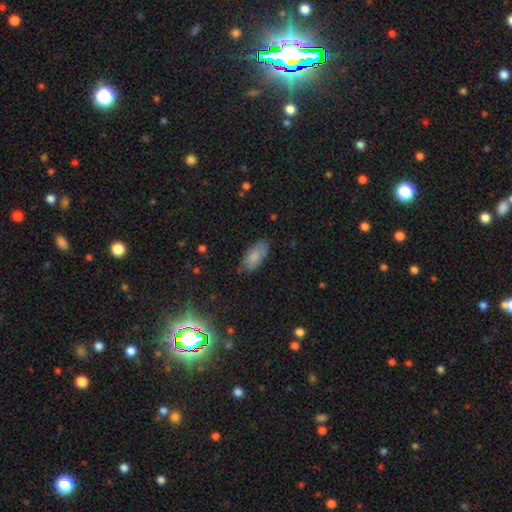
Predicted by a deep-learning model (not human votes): A smooth galaxy with no disk features (82%) that is in between round and cigar-shaped (89%). Merging: none (78%).